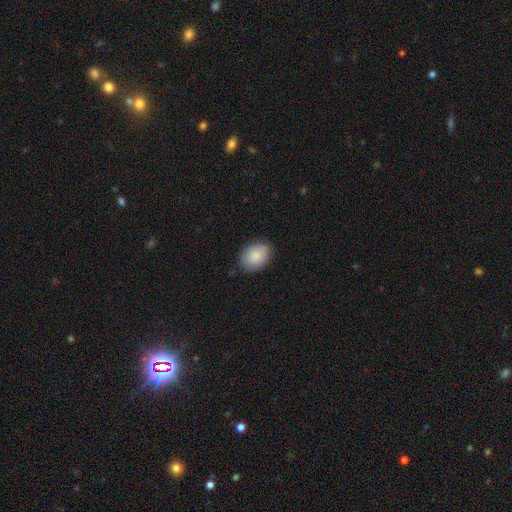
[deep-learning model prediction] smooth 86%, featured or disk 8%, star or artifact 6%. Down the decision tree: how rounded — in between (75%); merging — none (82%).